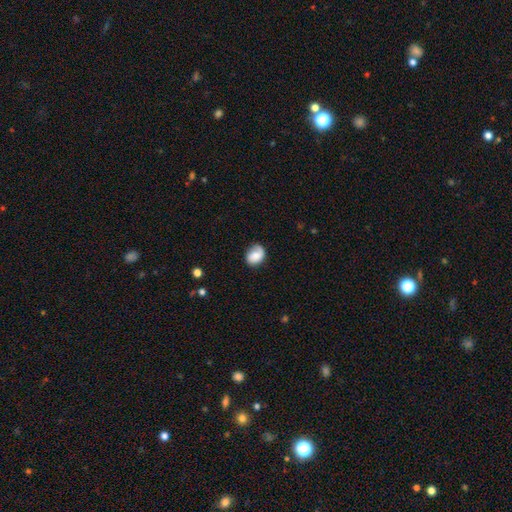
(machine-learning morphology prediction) type=smooth (60%); roundness=in between (55%); merging=none (66%).